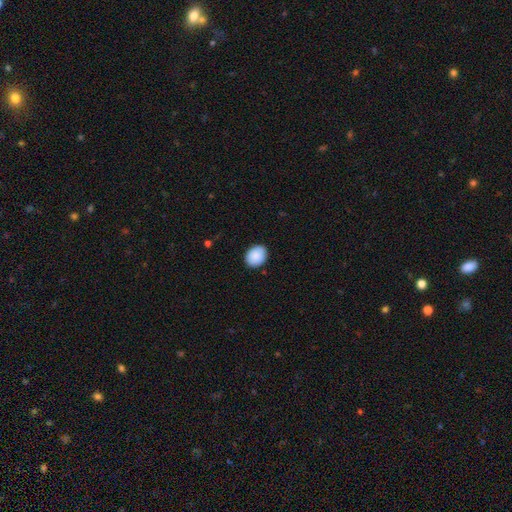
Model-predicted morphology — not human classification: smooth 90%, star or artifact 7%, featured or disk 4%. Down the decision tree: how rounded — in between (60%); merging — none (87%).